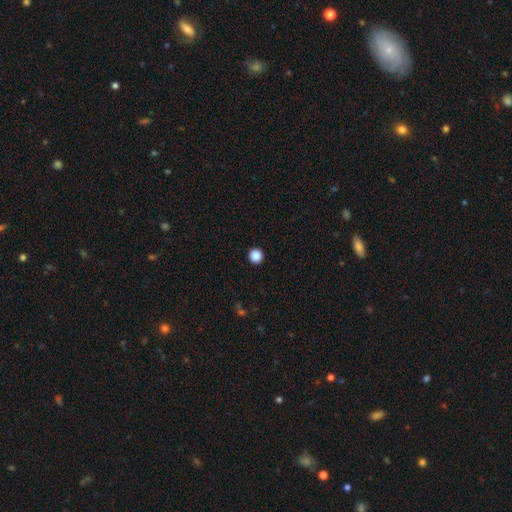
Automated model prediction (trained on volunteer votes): Smooth or featured: smooth — 88% (star or artifact — 10%)
How rounded: round — 95% (in between — 4%)
Merging: none — 94% (minor disturbance — 4%)